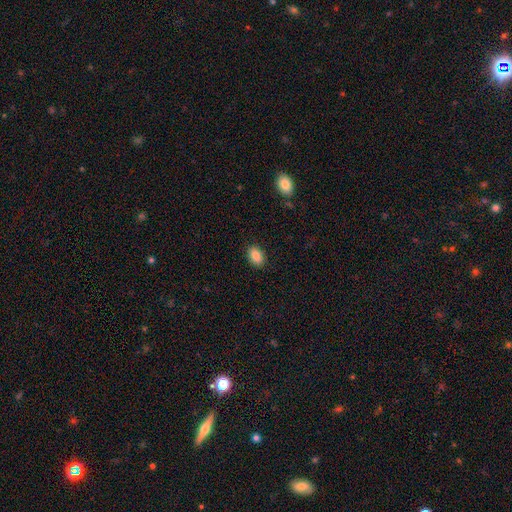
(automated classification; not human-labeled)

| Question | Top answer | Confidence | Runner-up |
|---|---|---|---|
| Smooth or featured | smooth | 87% | star or artifact (8%) |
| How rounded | in between | 85% | round (14%) |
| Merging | none | 89% | minor disturbance (8%) |